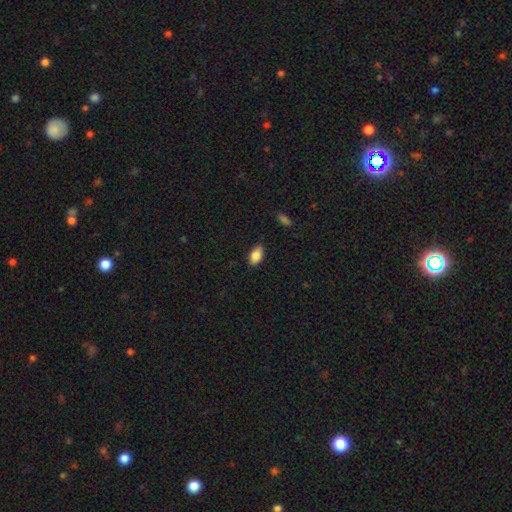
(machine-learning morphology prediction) smooth 85%, featured or disk 8%, star or artifact 8%. Down the decision tree: how rounded — in between (92%); merging — none (83%).